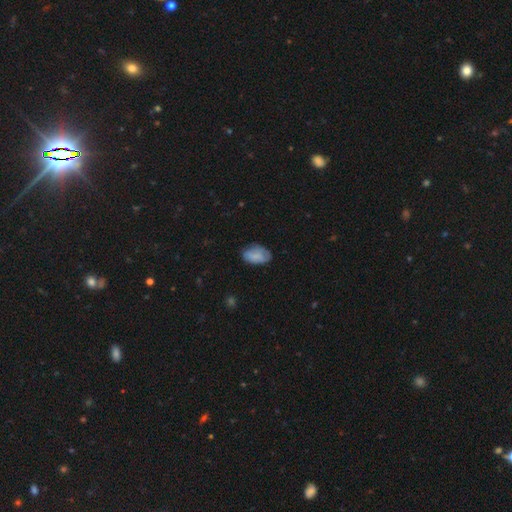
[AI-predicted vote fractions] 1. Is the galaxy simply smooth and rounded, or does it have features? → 75% smooth, 18% featured or disk, 7% star or artifact.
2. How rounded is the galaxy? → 92% in between, 6% round, 2% cigar-shaped.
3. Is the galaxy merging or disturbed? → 63% none, 28% minor disturbance, 8% major disturbance, 2% merger.